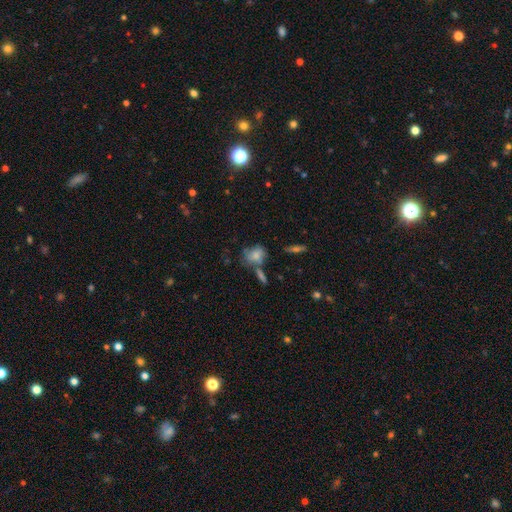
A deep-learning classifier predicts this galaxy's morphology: smooth 69%, featured or disk 21%, star or artifact 10%. Down the decision tree: how rounded — in between (59%); merging — none (44%).